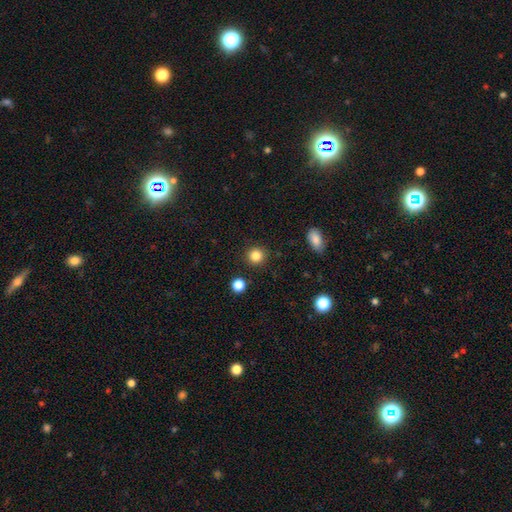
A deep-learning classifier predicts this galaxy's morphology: Smooth or featured? smooth (85%)
How rounded? round (92%)
Merging? none (91%)